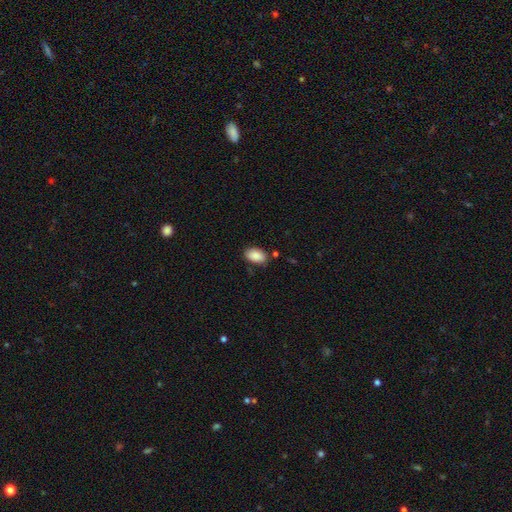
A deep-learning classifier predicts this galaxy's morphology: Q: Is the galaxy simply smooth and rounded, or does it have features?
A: smooth — 89%.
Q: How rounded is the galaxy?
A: in between — 90%.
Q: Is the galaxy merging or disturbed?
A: none — 77%.